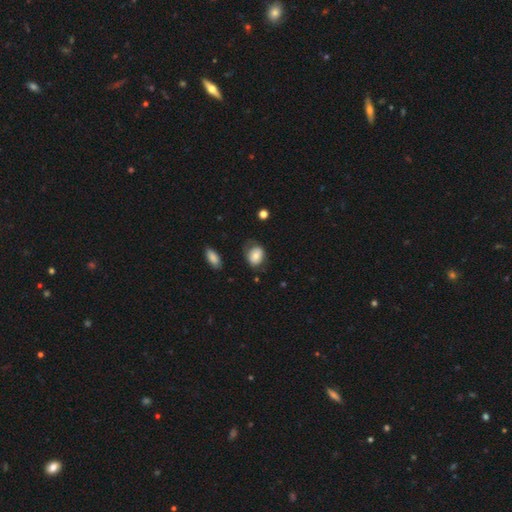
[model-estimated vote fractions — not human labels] Morphology: type=smooth (72%); roundness=in between (54%); merging=none (60%).